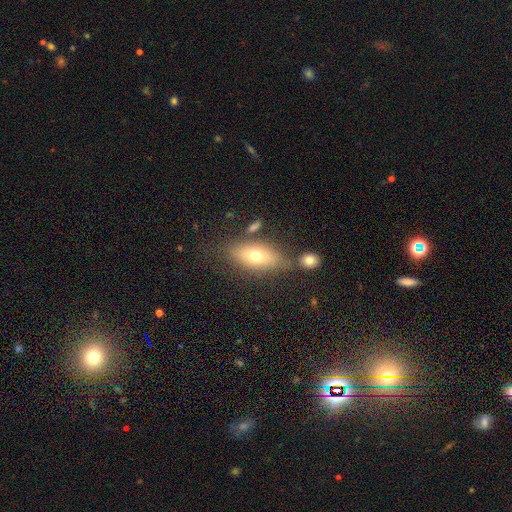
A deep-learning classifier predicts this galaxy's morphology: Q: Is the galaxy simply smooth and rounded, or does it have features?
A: smooth — 62%.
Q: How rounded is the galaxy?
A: in between — 78%.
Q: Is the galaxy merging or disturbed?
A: none — 67%.